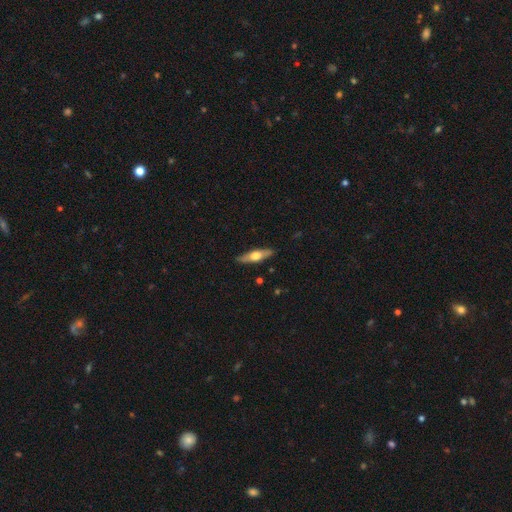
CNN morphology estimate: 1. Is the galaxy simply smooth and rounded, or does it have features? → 53% featured or disk, 41% smooth, 5% star or artifact.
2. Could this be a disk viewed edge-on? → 90% yes, 10% no.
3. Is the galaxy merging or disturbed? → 88% none, 9% minor disturbance, 2% major disturbance, 1% merger.